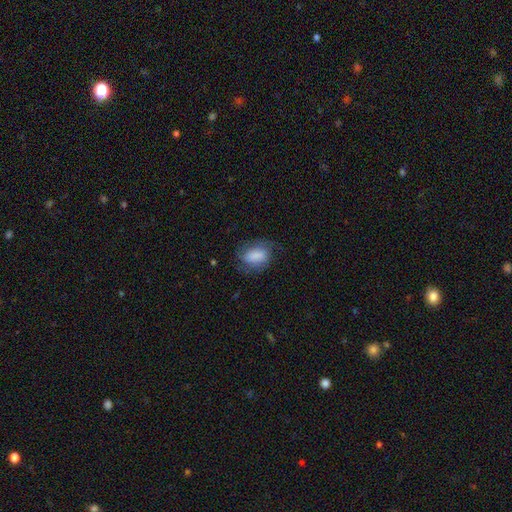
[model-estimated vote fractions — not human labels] smooth 76%, featured or disk 17%, star or artifact 7%. Down the decision tree: how rounded — in between (81%); merging — none (61%).